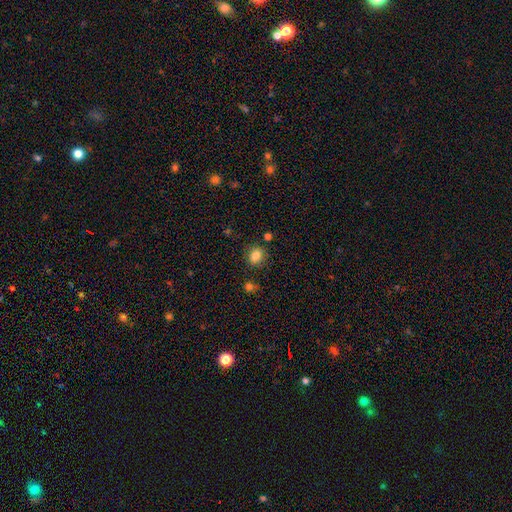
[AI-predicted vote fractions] Q: Smooth or featured?
A: smooth (83%); runner-up: star or artifact (10%)
Q: How rounded?
A: round (54%); runner-up: in between (45%)
Q: Merging?
A: none (81%); runner-up: minor disturbance (12%)